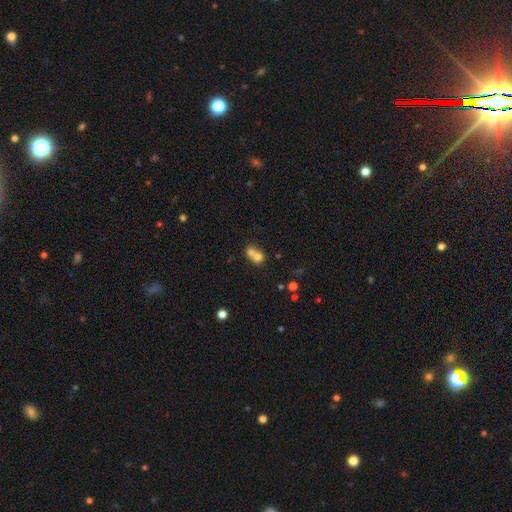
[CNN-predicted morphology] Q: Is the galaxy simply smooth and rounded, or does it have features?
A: smooth — 69%.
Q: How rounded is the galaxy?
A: round — 72%.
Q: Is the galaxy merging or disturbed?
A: merger — 68%.